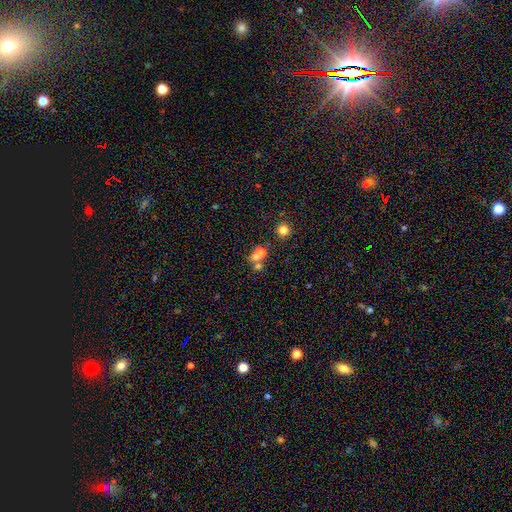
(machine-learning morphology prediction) Overall: smooth (63%). How rounded: round (61%; in between 36%). Merging: merger (55%; none 32%).